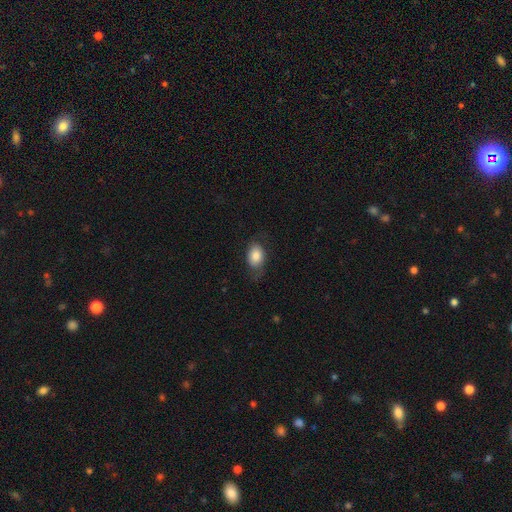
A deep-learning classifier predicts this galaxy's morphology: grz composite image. It shows a smooth galaxy with no disk features (81%) that is in between round and cigar-shaped (83%). Merging: none (63%).